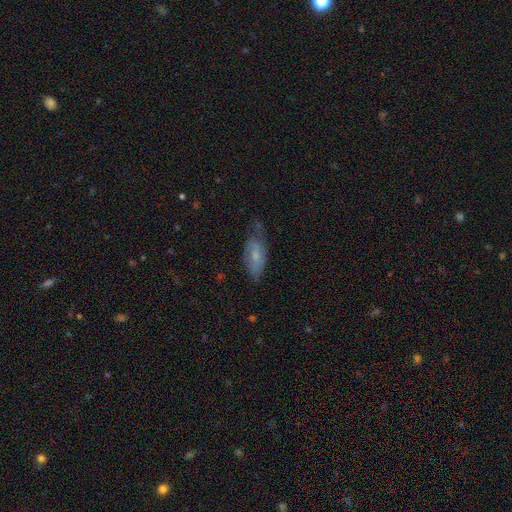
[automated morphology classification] type=smooth (54%); roundness=in between (84%); merging=none (50%).